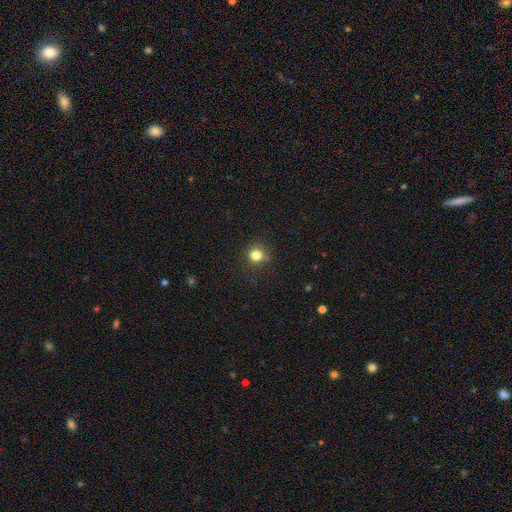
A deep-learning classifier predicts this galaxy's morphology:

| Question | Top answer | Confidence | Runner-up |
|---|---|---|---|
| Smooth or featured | smooth | 81% | star or artifact (14%) |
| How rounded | round | 88% | in between (11%) |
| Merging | none | 83% | minor disturbance (12%) |